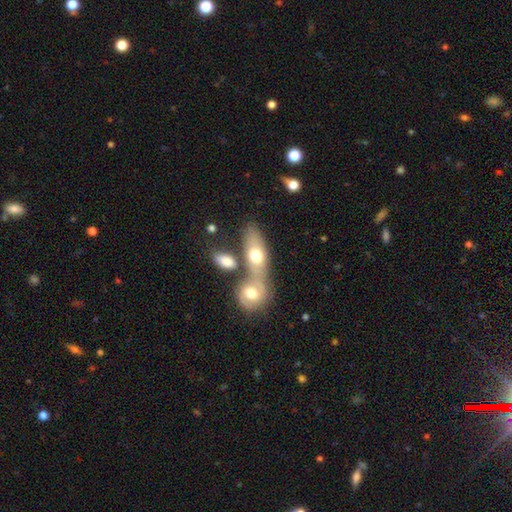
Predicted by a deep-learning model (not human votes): The model was most divided on "merging": merger: 52%, none: 32%, minor disturbance: 11%, major disturbance: 5%. More confident: how rounded — in between (74%); smooth or featured — smooth (63%).